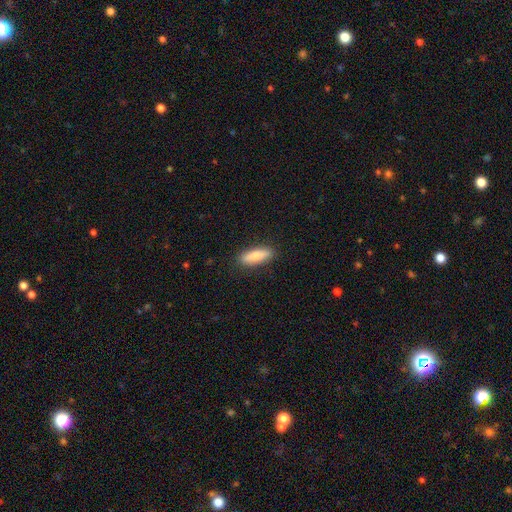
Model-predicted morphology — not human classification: smooth 78%, featured or disk 16%, star or artifact 6%. Down the decision tree: how rounded — cigar-shaped (53%); merging — none (89%).